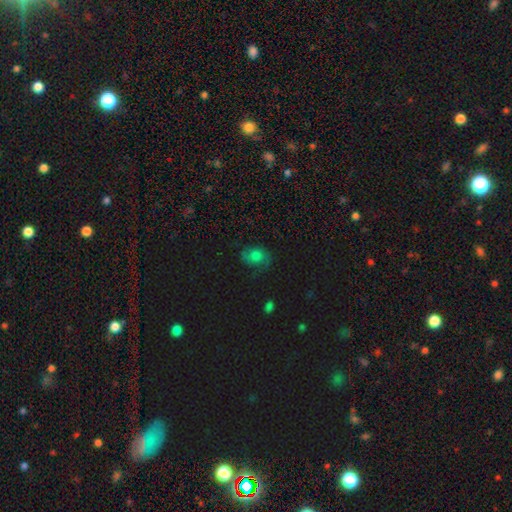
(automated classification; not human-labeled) A smooth galaxy with no disk features (47%). Merging: none (65%).